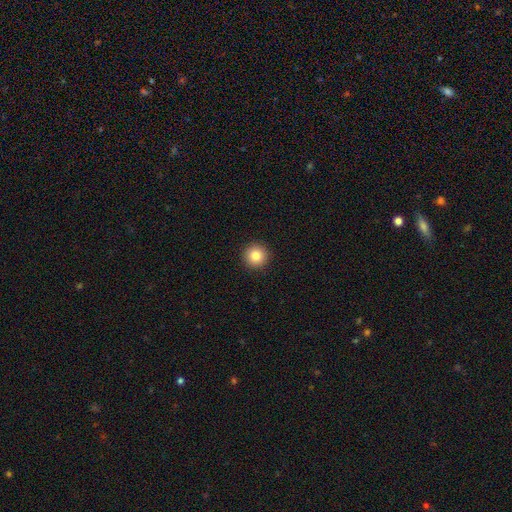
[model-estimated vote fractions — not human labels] This appears to be a smooth galaxy with no disk features (84%) that is round (96%). Merging: none (93%).